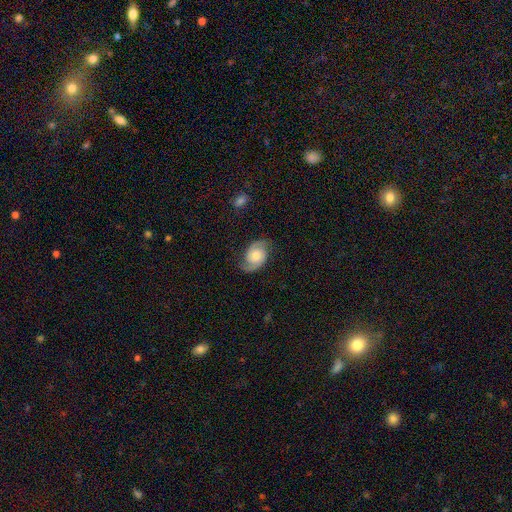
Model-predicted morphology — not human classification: smooth-or-featured: featured or disk: 79% | smooth: 14% | star or artifact: 6%
  disk-edge-on: no: 98% | yes: 2%
    bar: no: 68% | weak: 27% | strong: 4%
    has-spiral-arms: yes: 96% | no: 4%
      spiral-winding: medium: 48% | tight: 34% | loose: 18%
      spiral-arm-count: 2: 91% | can't tell: 3% | 1: 3% | 3: 1% | 4: 1% | more than 4: 1%
    bulge-size: moderate: 49% | small: 26% | large: 14% | none: 8% | dominant: 2%
  merging: none: 78% | minor disturbance: 16% | major disturbance: 5% | merger: 1%